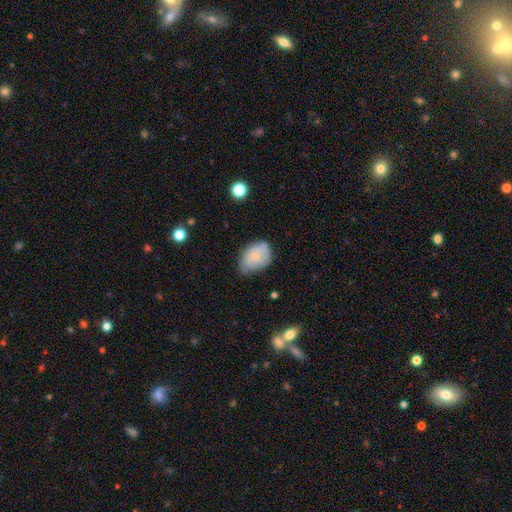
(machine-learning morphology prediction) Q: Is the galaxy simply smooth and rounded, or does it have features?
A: smooth — 65%.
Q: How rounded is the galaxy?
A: in between — 80%.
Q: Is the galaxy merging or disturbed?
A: none — 50%.